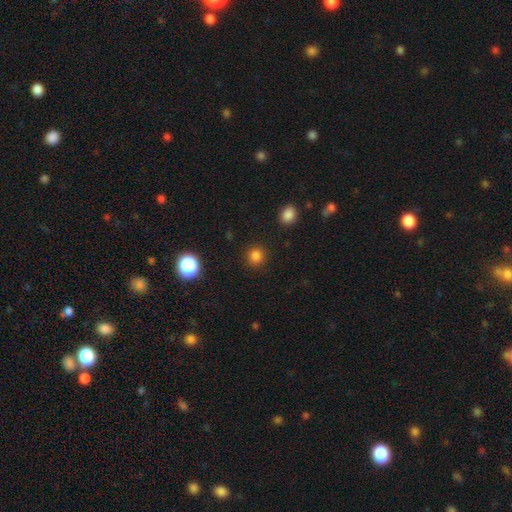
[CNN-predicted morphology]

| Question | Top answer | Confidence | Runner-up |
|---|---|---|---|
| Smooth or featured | smooth | 82% | star or artifact (14%) |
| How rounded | round | 92% | in between (7%) |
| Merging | none | 90% | minor disturbance (6%) |